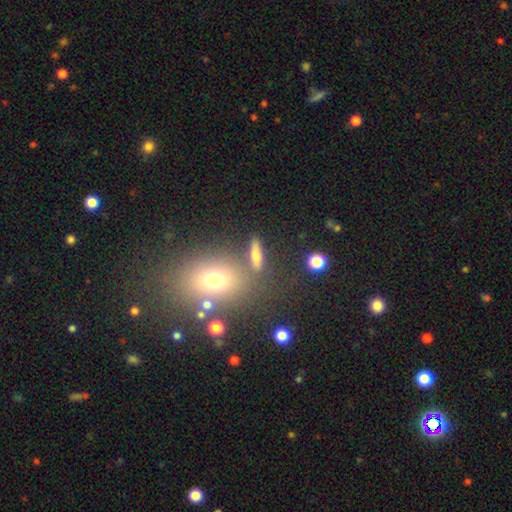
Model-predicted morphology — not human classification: Smooth or featured: smooth — 62% (featured or disk — 24%)
How rounded: cigar-shaped — 49% (in between — 36%)
Merging: none — 74% (minor disturbance — 11%)